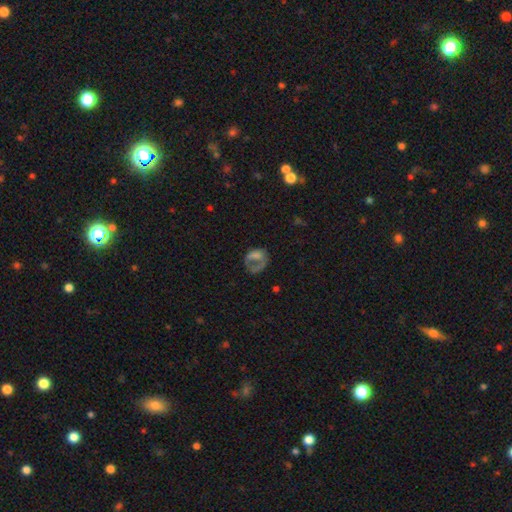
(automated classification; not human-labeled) A smooth galaxy with no disk features (47%).

Vote fractions:
- Smooth or featured? smooth: 47% / featured or disk: 38% / star or artifact: 15%
- Merging? none: 38% / major disturbance: 37% / minor disturbance: 21% / merger: 4%